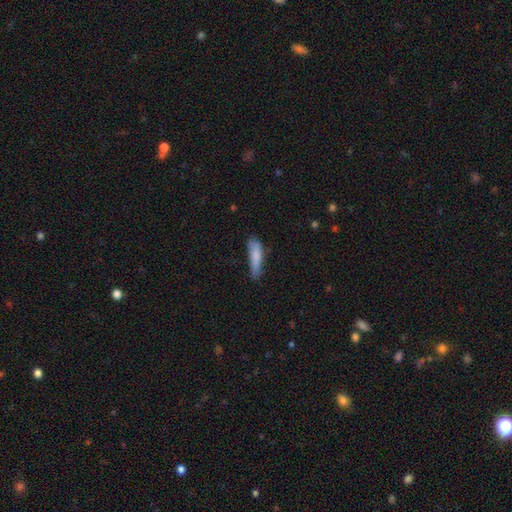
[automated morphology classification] smooth_or_featured: smooth (p=0.82) [alt: featured or disk p=0.11]
how_rounded: cigar-shaped (p=0.67) [alt: in between p=0.31]
merging: none (p=0.52) [alt: minor disturbance p=0.35]